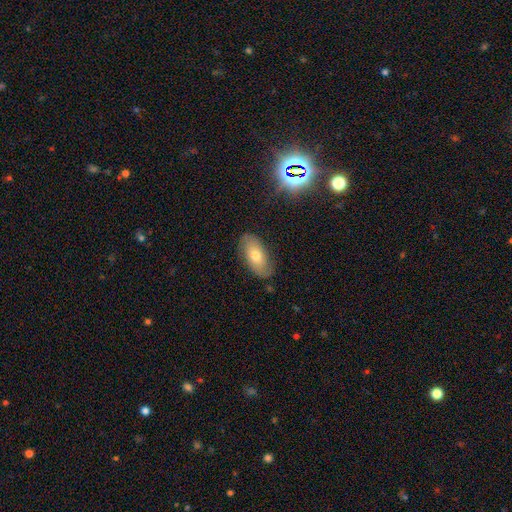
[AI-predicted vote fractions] The model was most divided on "smooth or featured": smooth: 65%, featured or disk: 27%, star or artifact: 8%. More confident: how rounded — in between (91%); merging — none (81%).